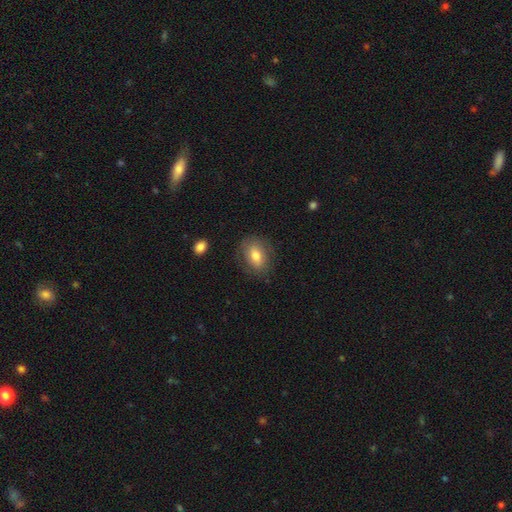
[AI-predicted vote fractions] Overall: smooth (71%). How rounded: in between (76%). Merging: none (79%).